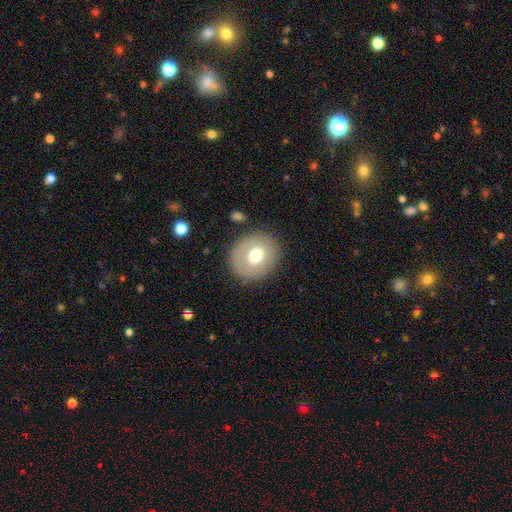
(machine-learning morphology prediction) Q: Smooth or featured?
A: smooth (64%); runner-up: featured or disk (27%)
Q: How rounded?
A: round (77%); runner-up: in between (23%)
Q: Merging?
A: none (84%); runner-up: minor disturbance (10%)